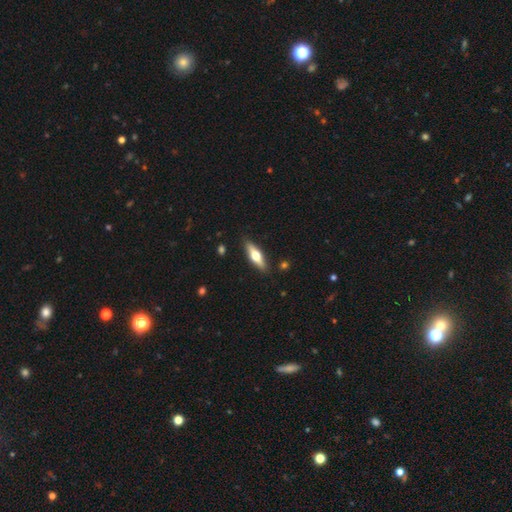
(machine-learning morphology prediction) smooth-or-featured: featured or disk: 54% | smooth: 40% | star or artifact: 5%
  disk-edge-on: yes: 92% | no: 8%
    edge-on-bulge: rounded: 96% | boxy: 2% | none: 2%
  merging: none: 89% | minor disturbance: 8% | major disturbance: 2% | merger: 1%